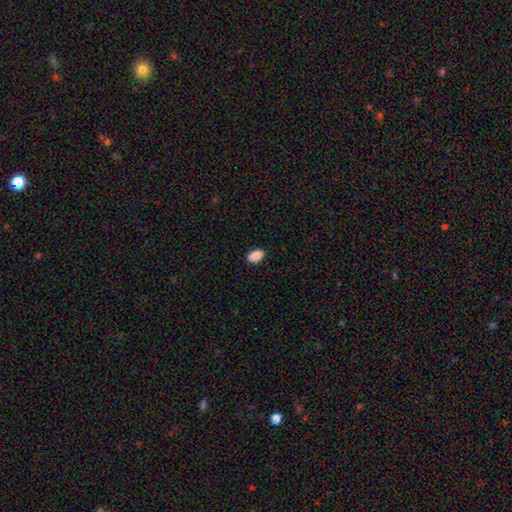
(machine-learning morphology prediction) A smooth galaxy with no disk features (90%) that is in between round and cigar-shaped (91%).

Vote fractions:
- Smooth or featured? smooth: 90% / star or artifact: 7% / featured or disk: 3%
- How rounded? in between: 91% / round: 7% / cigar-shaped: 2%
- Merging? none: 89% / minor disturbance: 8% / major disturbance: 2% / merger: 1%